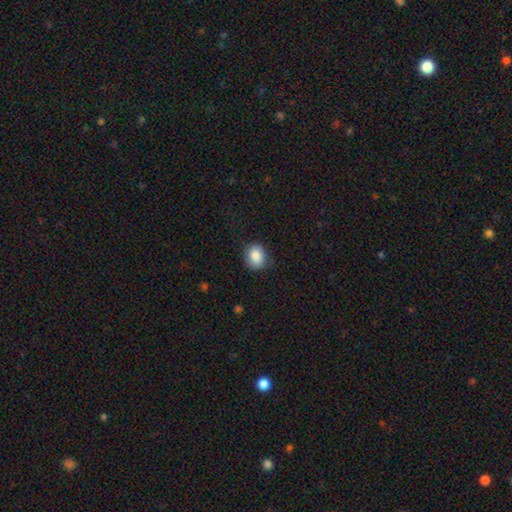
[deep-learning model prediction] This appears to be a smooth galaxy with no disk features (85%) that is round (53%). Merging: none (77%).